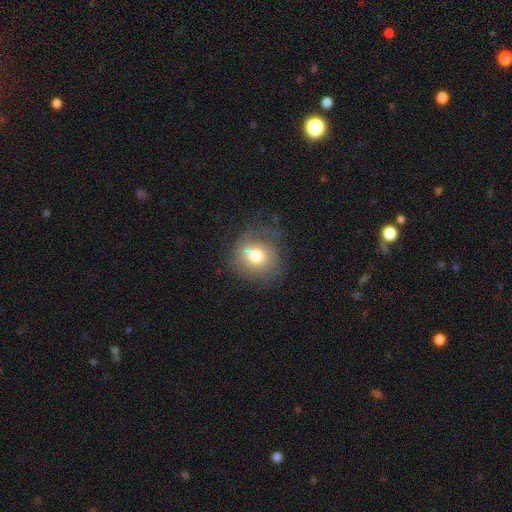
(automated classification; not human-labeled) Smooth or featured? smooth (64%)
How rounded? round (77%)
Merging? none (56%)